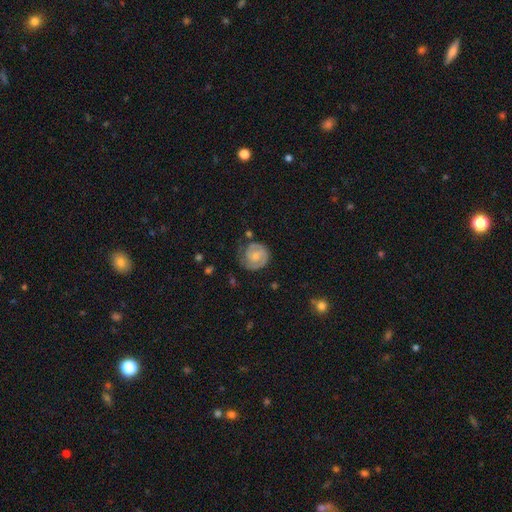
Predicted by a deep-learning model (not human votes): smooth_or_featured: featured or disk (p=0.69) [alt: smooth p=0.25]
disk_edge_on: no (p=0.98) [alt: yes p=0.02]
bar: no (p=0.62) [alt: weak p=0.33]
has_spiral_arms: yes (p=0.93) [alt: no p=0.07]
spiral_winding: tight (p=0.65) [alt: medium p=0.28]
spiral_arm_count: 2 (p=0.64) [alt: 1 p=0.15]
bulge_size: small (p=0.41) [alt: moderate p=0.36]
merging: none (p=0.68) [alt: minor disturbance p=0.21]